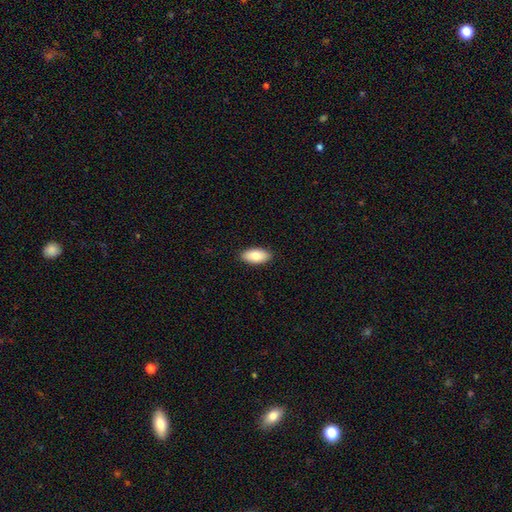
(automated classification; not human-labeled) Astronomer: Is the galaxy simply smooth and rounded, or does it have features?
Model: smooth — 84%.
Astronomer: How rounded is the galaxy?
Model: in between — 92%.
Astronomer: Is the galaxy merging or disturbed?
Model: none — 90%.